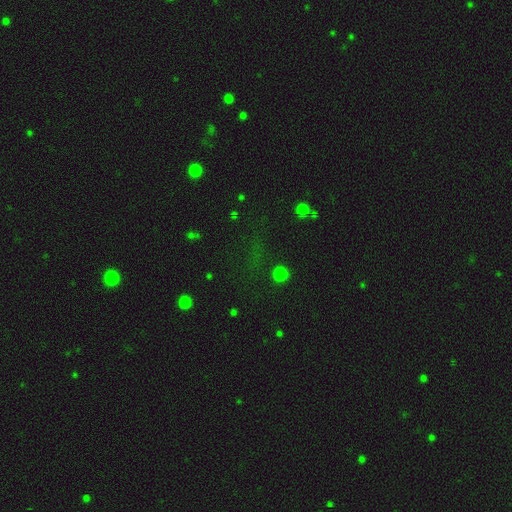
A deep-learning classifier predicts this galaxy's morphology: Q: Smooth or featured?
A: star or artifact (59%); runner-up: smooth (31%)